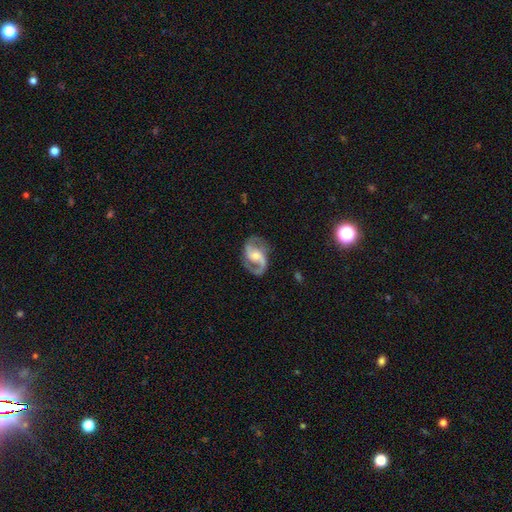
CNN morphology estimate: smooth-or-featured: featured or disk: 90% | smooth: 6% | star or artifact: 4%
  disk-edge-on: no: 98% | yes: 2%
    bar: weak: 42% | no: 39% | strong: 19%
    has-spiral-arms: yes: 97% | no: 3%
      spiral-winding: medium: 56% | loose: 28% | tight: 16%
      spiral-arm-count: 2: 91% | 1: 3% | can't tell: 2% | 3: 1% | 4: 1% | more than 4: 1%
    bulge-size: moderate: 52% | small: 39% | large: 5% | none: 3% | dominant: 1%
  merging: none: 78% | minor disturbance: 14% | major disturbance: 7% | merger: 1%